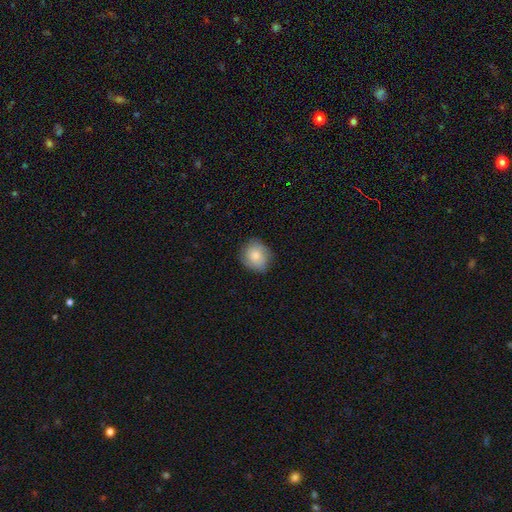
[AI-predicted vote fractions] Q: Smooth or featured?
A: smooth (76%); runner-up: featured or disk (17%)
Q: How rounded?
A: round (74%); runner-up: in between (25%)
Q: Merging?
A: none (77%); runner-up: minor disturbance (18%)